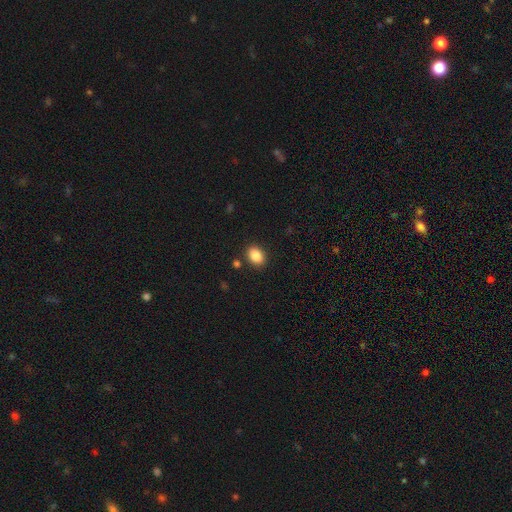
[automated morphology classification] Overall: smooth (87%). How rounded: in between (68%; round 31%). Merging: none (87%).